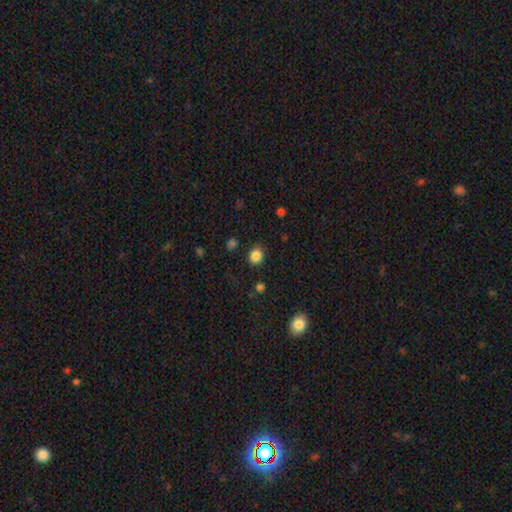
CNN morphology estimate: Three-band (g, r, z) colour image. It shows a smooth galaxy with no disk features (85%) that is round (74%). Merging: none (86%).